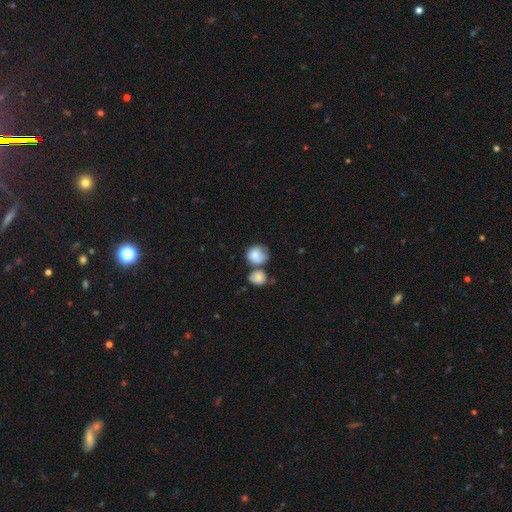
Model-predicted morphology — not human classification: smooth_or_featured: smooth (p=0.75) [alt: featured or disk p=0.17]
how_rounded: round (p=0.72) [alt: in between p=0.27]
merging: merger (p=0.45) [alt: none p=0.31]